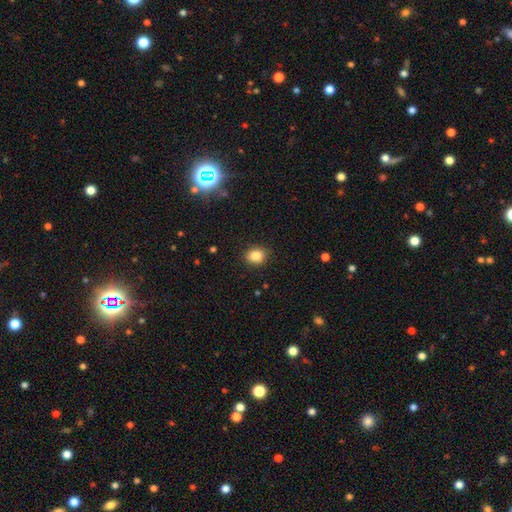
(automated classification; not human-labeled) Overall: smooth (85%). How rounded: round (50%; in between 49%). Merging: none (88%).